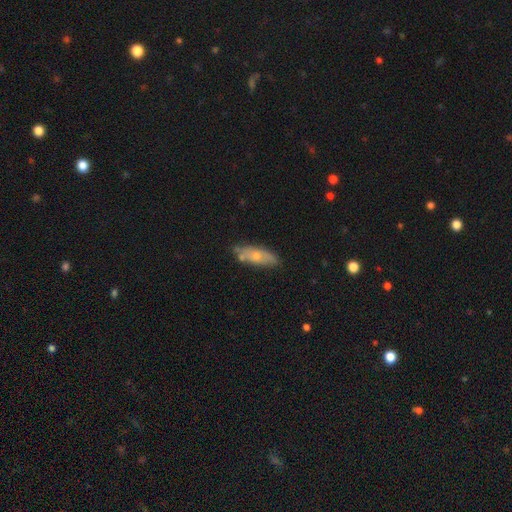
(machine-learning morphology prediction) This is possibly a smooth galaxy (53%). How rounded: likely in between (68%). Merging: likely none (65%).